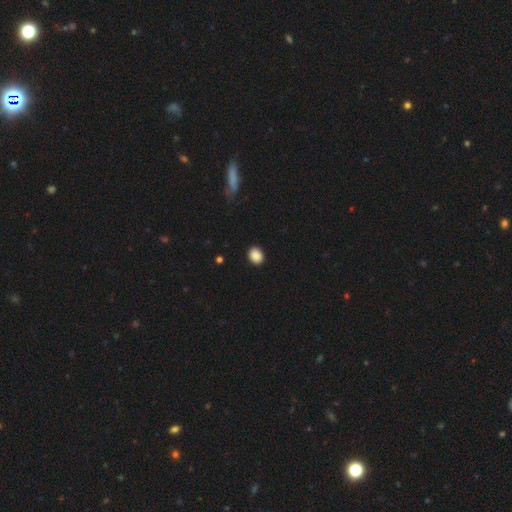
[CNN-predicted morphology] This appears to be a smooth galaxy with no disk features (89%) that is round (51%). Merging: none (89%).